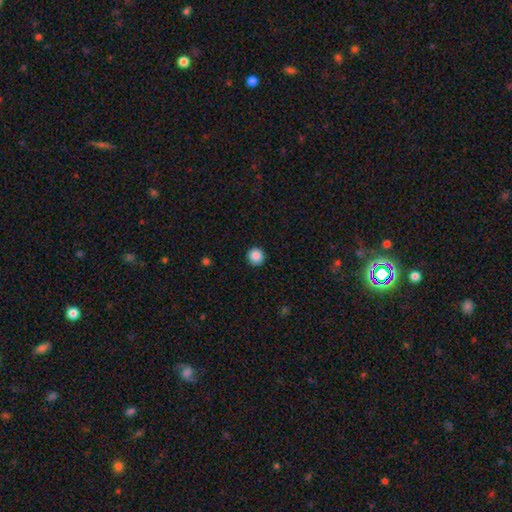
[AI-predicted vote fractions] Smooth or featured: smooth — 88% (star or artifact — 9%)
How rounded: round — 95% (in between — 4%)
Merging: none — 92% (minor disturbance — 5%)